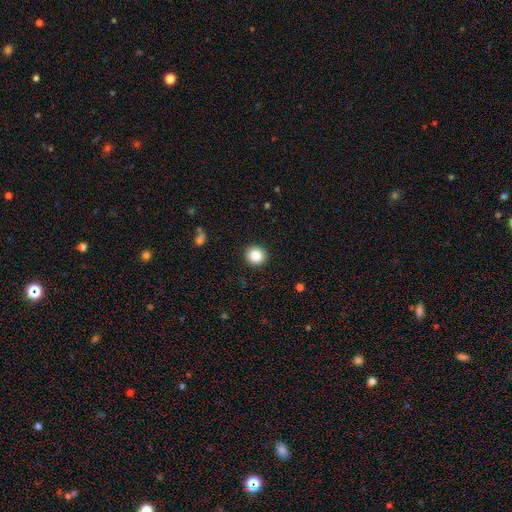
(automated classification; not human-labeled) Smooth or featured? Predicted: smooth (p=0.85). How rounded? Predicted: round (p=0.92). Merging? Predicted: none (p=0.92).